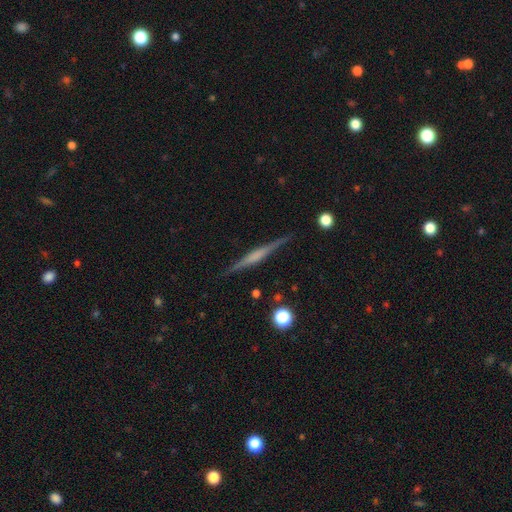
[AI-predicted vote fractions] A featured or disk galaxy (73%) viewed edge-on (98%) with a rounded central bulge (40%). Merging: none (90%).